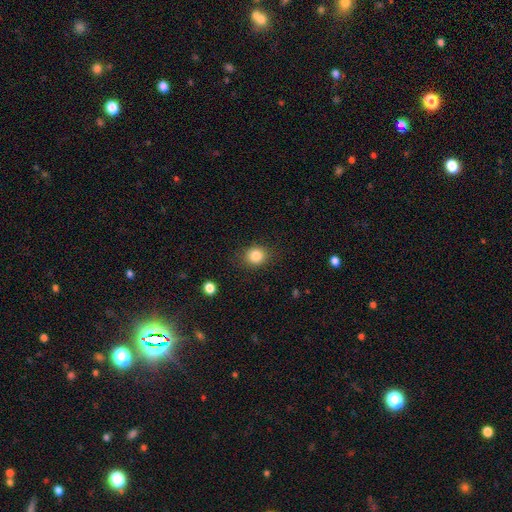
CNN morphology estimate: A smooth galaxy with no disk features (84%) that is round (74%). Merging: none (85%).